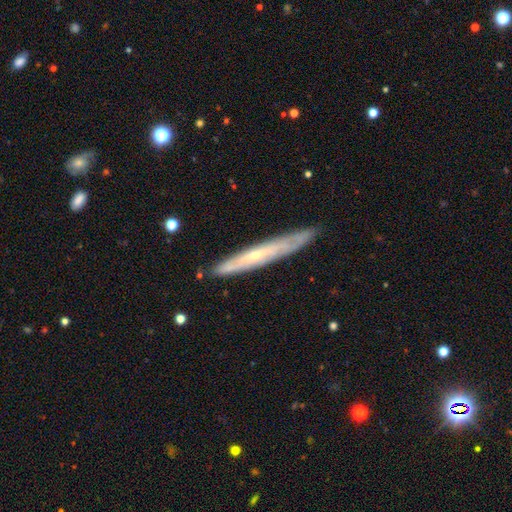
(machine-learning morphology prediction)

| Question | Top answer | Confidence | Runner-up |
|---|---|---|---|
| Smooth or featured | featured or disk | 67% | smooth (27%) |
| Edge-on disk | yes | 79% | no (21%) |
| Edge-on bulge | none | 49% | rounded (48%) |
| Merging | none | 81% | minor disturbance (15%) |